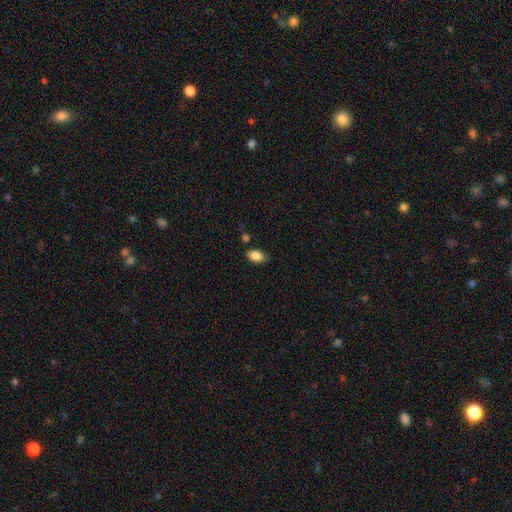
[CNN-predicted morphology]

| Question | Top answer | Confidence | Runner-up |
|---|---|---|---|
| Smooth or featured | smooth | 86% | star or artifact (8%) |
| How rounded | in between | 89% | round (9%) |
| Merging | none | 73% | minor disturbance (19%) |